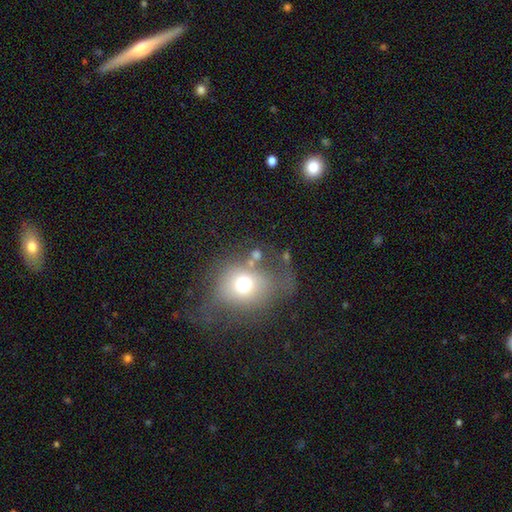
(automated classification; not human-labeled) Smooth or featured? Predicted: smooth (p=0.63). How rounded? Predicted: round (p=0.69). Merging? Predicted: none (p=0.48).